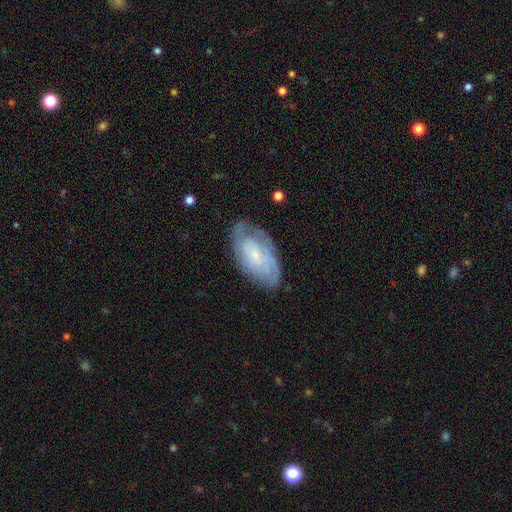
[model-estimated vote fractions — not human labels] Q: Smooth or featured?
A: featured or disk (58%); runner-up: smooth (35%)
Q: Edge-on disk?
A: no (93%); runner-up: yes (7%)
Q: Bar?
A: no (70%); runner-up: weak (25%)
Q: Spiral arms?
A: yes (74%); runner-up: no (26%)
Q: Bulge size?
A: small (73%); runner-up: moderate (16%)
Q: Merging?
A: none (67%); runner-up: minor disturbance (23%)